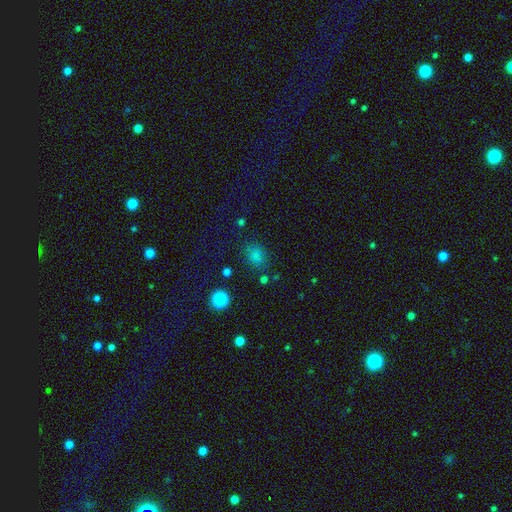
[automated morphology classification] This appears to be a smooth galaxy with no disk features (76%) that is round (53%). Merging: none (76%).